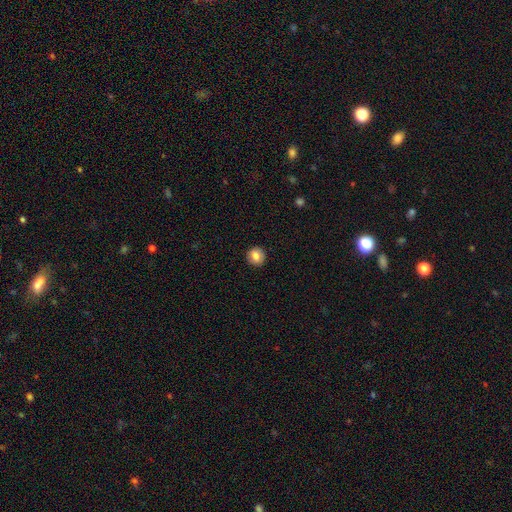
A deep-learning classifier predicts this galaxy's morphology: The model was most divided on "smooth or featured": smooth: 83%, star or artifact: 9%, featured or disk: 8%. More confident: merging — none (91%); how rounded — round (91%).